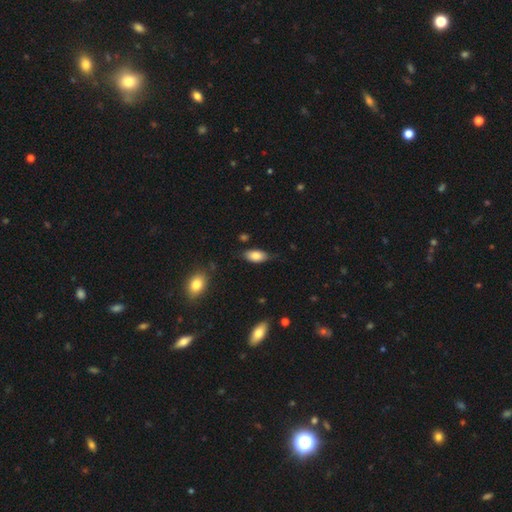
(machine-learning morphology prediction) smooth_or_featured: smooth (p=0.82) [alt: featured or disk p=0.11]
how_rounded: in between (p=0.91) [alt: cigar-shaped p=0.06]
merging: none (p=0.71) [alt: minor disturbance p=0.23]